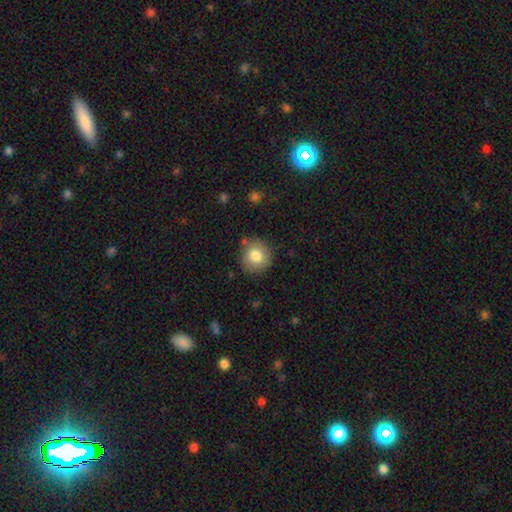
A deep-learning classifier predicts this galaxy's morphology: Smooth or featured?
  - smooth: 80% *
  - featured or disk: 11%
  - star or artifact: 9%
How rounded?
  - round: 90% *
  - in between: 9%
  - cigar-shaped: 1%
Merging?
  - none: 82% *
  - minor disturbance: 12%
  - major disturbance: 3%
  - merger: 3%